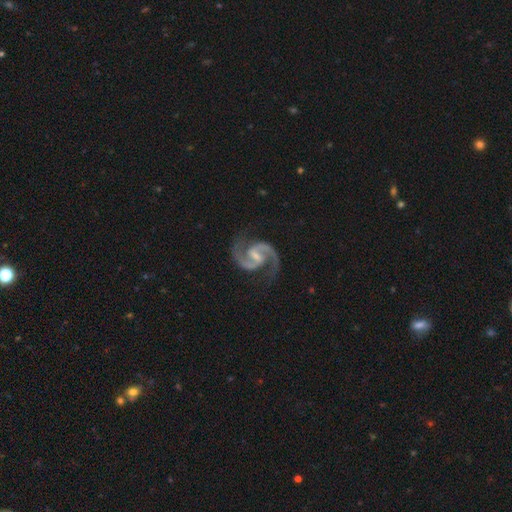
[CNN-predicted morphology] featured or disk 94%, star or artifact 3%, smooth 2%. Down the decision tree: edge-on disk — no (98%); bar — weak (54%); spiral arms — yes (99%); spiral arm count — 2 (95%); spiral winding — medium (69%); bulge size — small (49%); merging — none (80%).